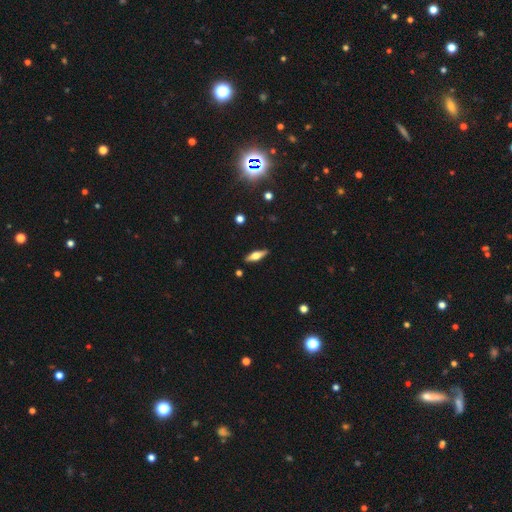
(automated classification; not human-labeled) Overall: featured or disk (49%; smooth 44%). Merging: none (88%).